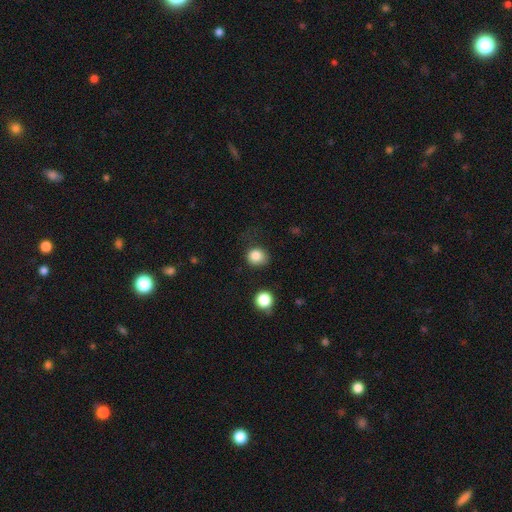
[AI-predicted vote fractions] Q: Smooth or featured?
A: smooth (84%); runner-up: star or artifact (11%)
Q: How rounded?
A: round (78%); runner-up: in between (21%)
Q: Merging?
A: none (66%); runner-up: minor disturbance (22%)